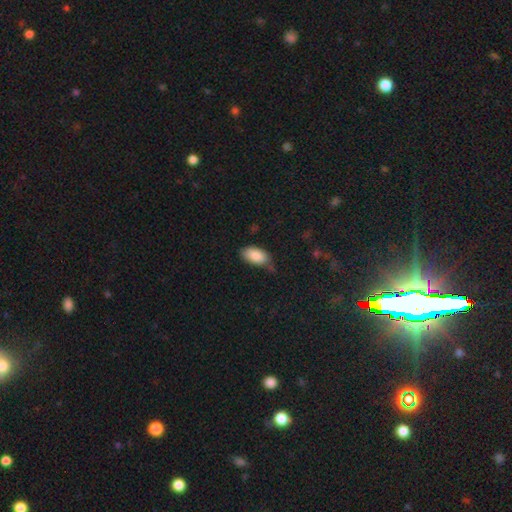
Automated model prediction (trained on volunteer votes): The model was most divided on "merging": none: 61%, minor disturbance: 29%, major disturbance: 6%, merger: 4%. More confident: how rounded — in between (94%); smooth or featured — smooth (87%).